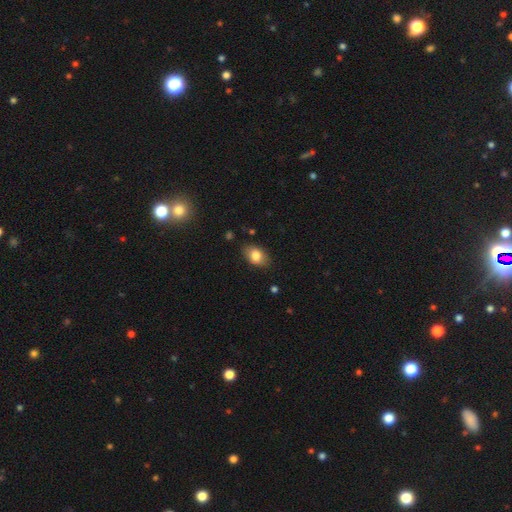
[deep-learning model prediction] smooth_or_featured: smooth (p=0.81) [alt: featured or disk p=0.11]
how_rounded: in between (p=0.87) [alt: round p=0.12]
merging: none (p=0.82) [alt: minor disturbance p=0.13]